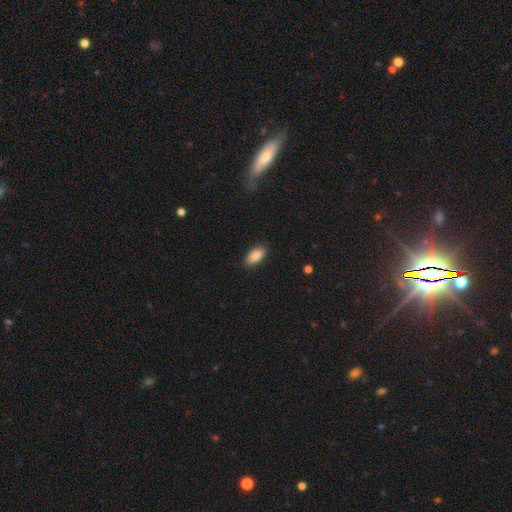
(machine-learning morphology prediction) Smooth or featured: smooth — 89% (star or artifact — 7%)
How rounded: in between — 90% (cigar-shaped — 7%)
Merging: none — 88% (minor disturbance — 9%)